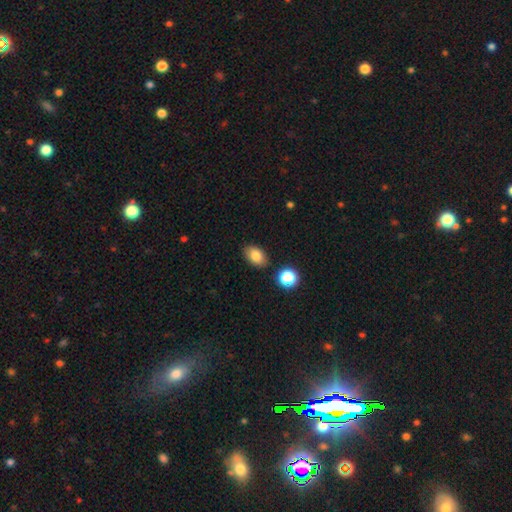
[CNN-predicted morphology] smooth-or-featured: smooth: 83% | star or artifact: 9% | featured or disk: 8%
  how-rounded: in between: 85% | round: 13% | cigar-shaped: 1%
  merging: none: 85% | minor disturbance: 9% | merger: 3% | major disturbance: 2%